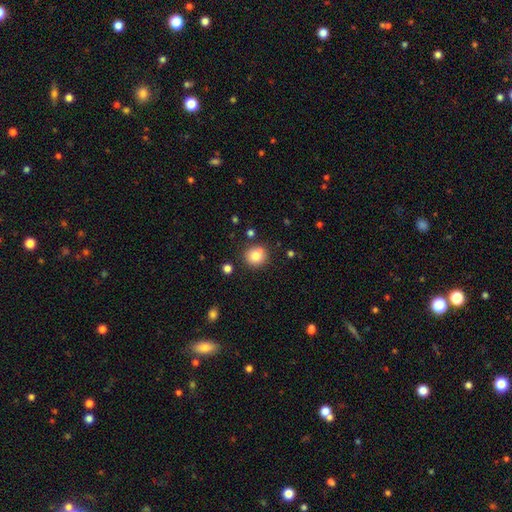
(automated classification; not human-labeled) Morphology: type=smooth (82%); roundness=round (90%); merging=none (86%).